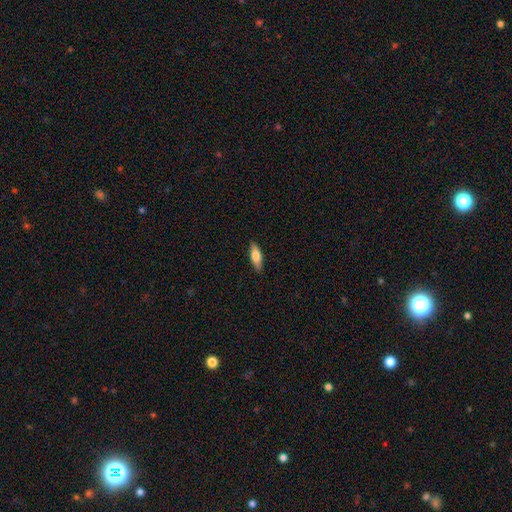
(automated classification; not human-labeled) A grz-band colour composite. It shows a smooth galaxy with no disk features (72%) that is in between round and cigar-shaped (54%). Merging: none (87%).